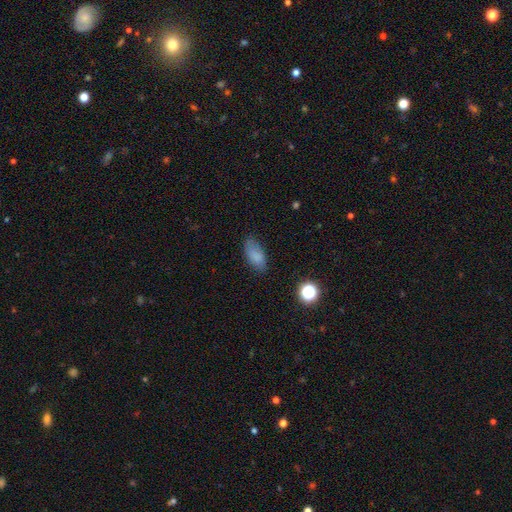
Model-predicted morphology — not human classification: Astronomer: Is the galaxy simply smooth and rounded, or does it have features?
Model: smooth — 81%.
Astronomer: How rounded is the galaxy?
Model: in between — 90%.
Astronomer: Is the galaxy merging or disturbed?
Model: none — 73%.